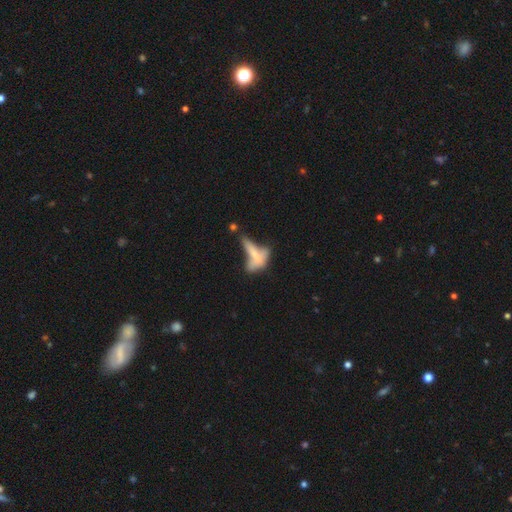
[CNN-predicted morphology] Overall: smooth (57%; featured or disk 33%). How rounded: in between (52%; cigar-shaped 43%). Merging: merger (41%; none 24%).